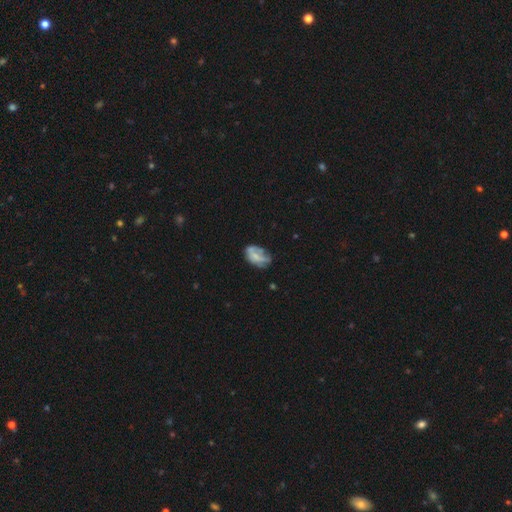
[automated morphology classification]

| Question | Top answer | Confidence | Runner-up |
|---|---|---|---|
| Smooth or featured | featured or disk | 48% | smooth (42%) |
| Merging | none | 41% | minor disturbance (30%) |